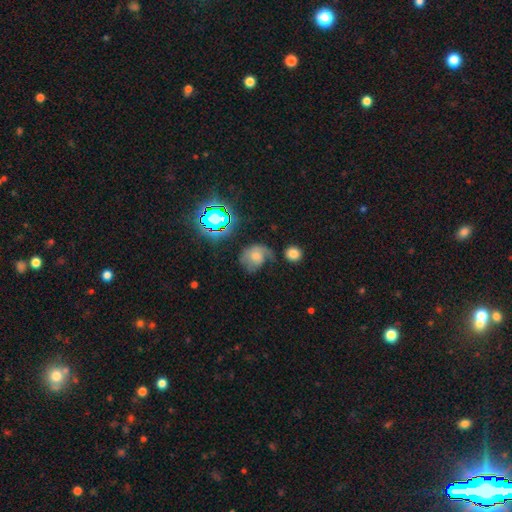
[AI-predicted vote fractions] Smooth or featured? smooth (46%)
Merging? major disturbance (35%)